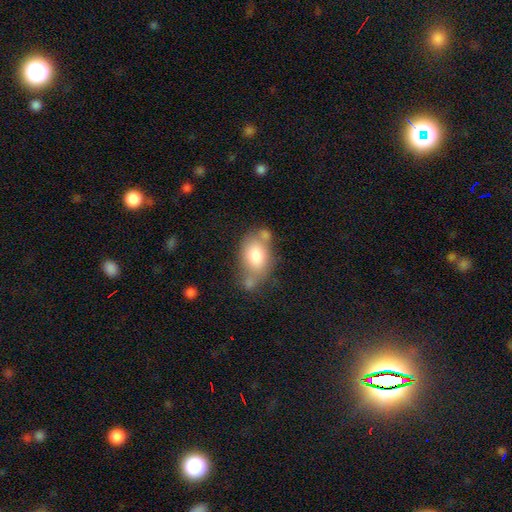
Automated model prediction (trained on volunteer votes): Smooth or featured?
  - smooth: 76% *
  - featured or disk: 16%
  - star or artifact: 7%
How rounded?
  - in between: 81% *
  - round: 18%
  - cigar-shaped: 2%
Merging?
  - none: 46% *
  - merger: 24%
  - minor disturbance: 22%
  - major disturbance: 8%